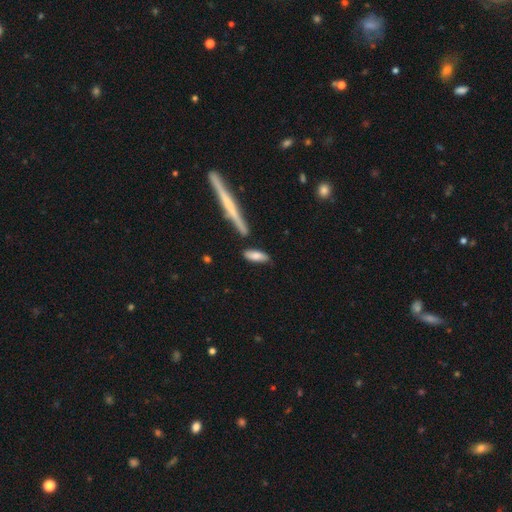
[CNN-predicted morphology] Smooth or featured? smooth (78%)
How rounded? in between (56%)
Merging? none (72%)